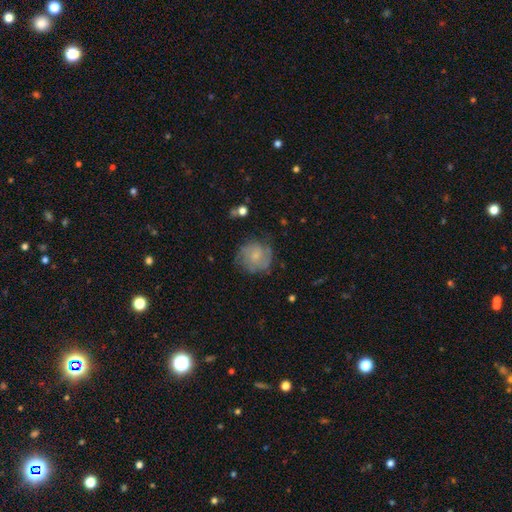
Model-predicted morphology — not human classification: This appears to be a featured or disk galaxy (53%) with no bar (67%), spiral arms (82%) and a small central bulge (57%). Merging: none (69%).